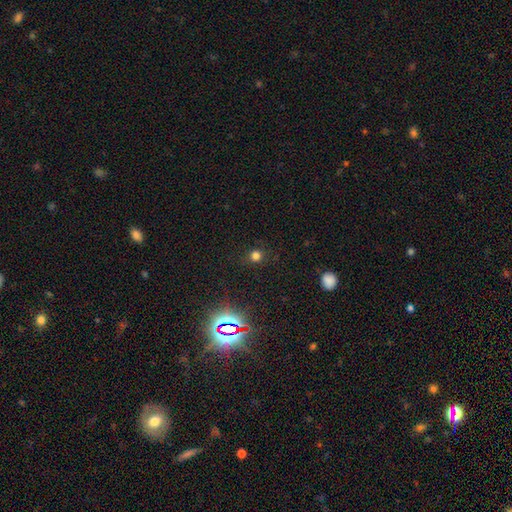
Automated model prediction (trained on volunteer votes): smooth_or_featured: smooth (p=0.73) [alt: star or artifact p=0.22]
how_rounded: round (p=0.89) [alt: in between p=0.10]
merging: none (p=0.87) [alt: minor disturbance p=0.09]